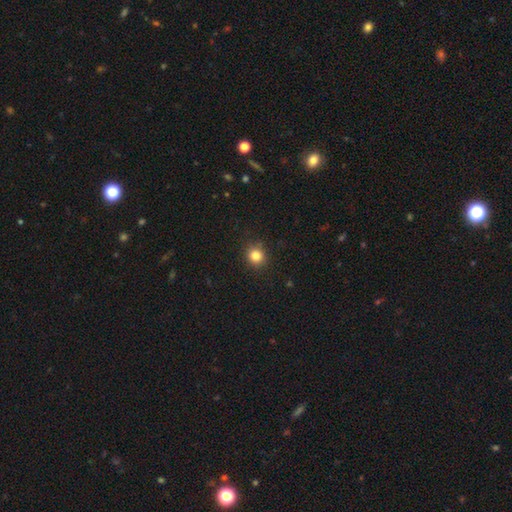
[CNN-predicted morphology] smooth-or-featured: smooth: 84% | star or artifact: 12% | featured or disk: 5%
  how-rounded: round: 86% | in between: 13% | cigar-shaped: 1%
  merging: none: 90% | minor disturbance: 7% | major disturbance: 2% | merger: 1%